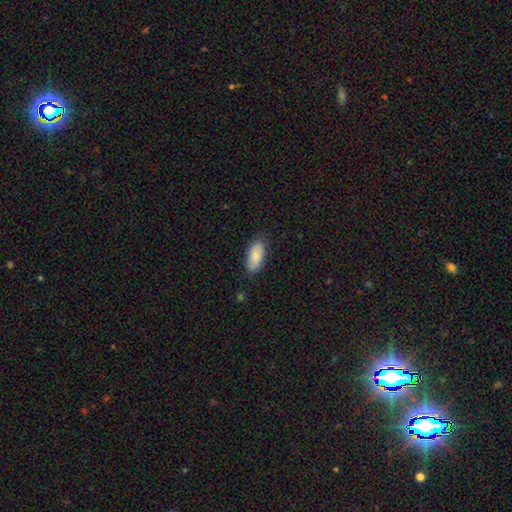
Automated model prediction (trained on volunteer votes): smooth 84%, featured or disk 10%, star or artifact 6%. Down the decision tree: how rounded — in between (89%); merging — none (80%).